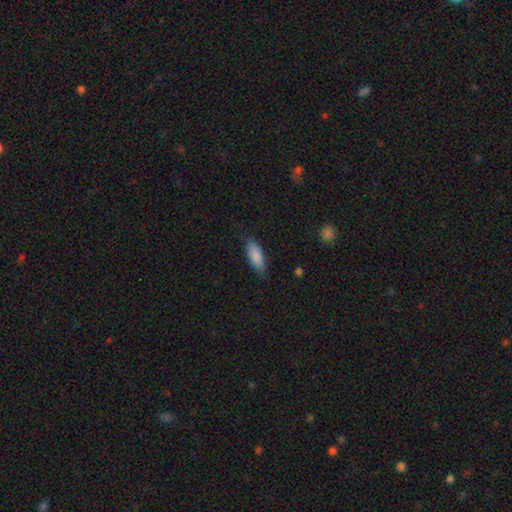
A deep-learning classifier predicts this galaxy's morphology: Overall: smooth (86%). How rounded: in between (74%). Merging: none (78%).